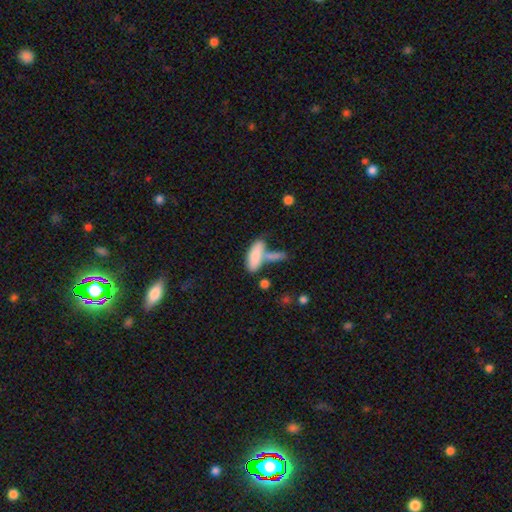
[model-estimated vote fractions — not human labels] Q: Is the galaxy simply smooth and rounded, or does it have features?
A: smooth — 80%.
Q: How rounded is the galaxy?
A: in between — 66%.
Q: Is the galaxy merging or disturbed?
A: merger — 42%.